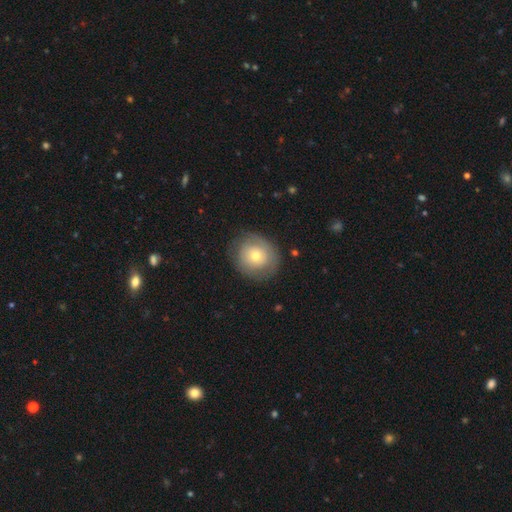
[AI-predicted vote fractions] Overall: smooth (54%; featured or disk 38%). How rounded: round (84%). Merging: none (78%).